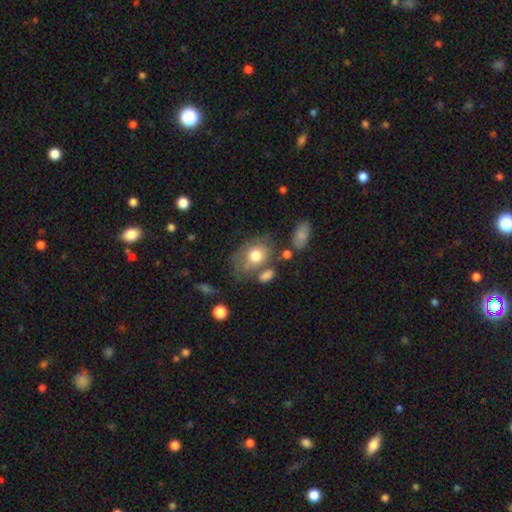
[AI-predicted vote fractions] Morphology: type=smooth (64%); roundness=in between (67%); merging=none (40%).